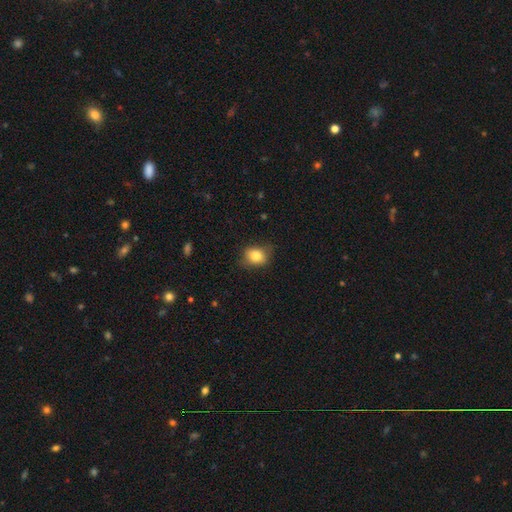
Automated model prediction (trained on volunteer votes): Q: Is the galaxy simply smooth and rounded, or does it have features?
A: smooth — 83%.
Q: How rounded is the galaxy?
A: round — 50%.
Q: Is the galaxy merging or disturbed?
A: none — 72%.